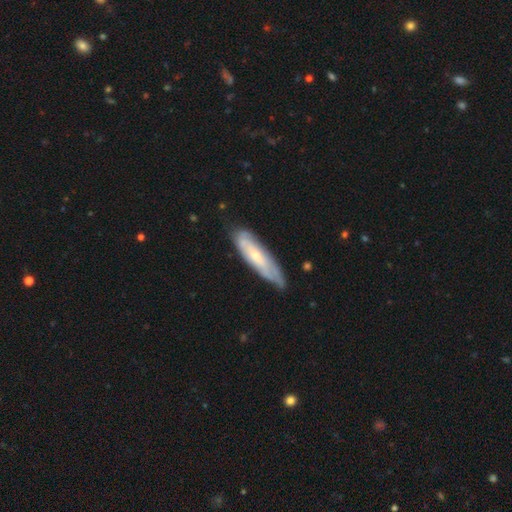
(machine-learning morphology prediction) Smooth or featured?
  - featured or disk: 54% *
  - smooth: 40%
  - star or artifact: 6%
Edge-on disk?
  - no: 59% *
  - yes: 41%
Merging?
  - none: 73% *
  - minor disturbance: 21%
  - major disturbance: 4%
  - merger: 2%